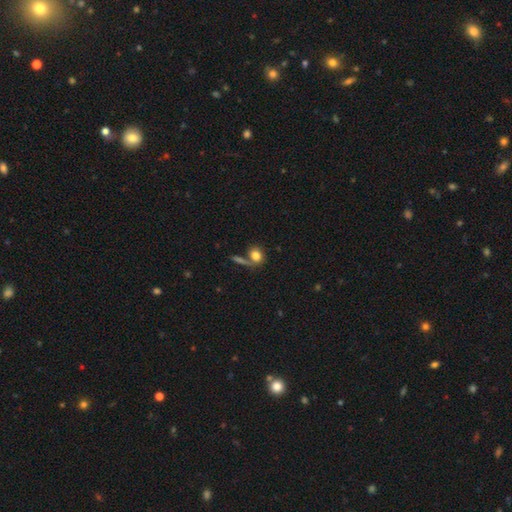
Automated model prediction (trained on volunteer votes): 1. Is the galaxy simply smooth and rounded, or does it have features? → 80% smooth, 10% star or artifact, 10% featured or disk.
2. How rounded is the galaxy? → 55% round, 42% in between, 3% cigar-shaped.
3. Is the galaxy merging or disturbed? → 59% none, 22% merger, 13% minor disturbance, 7% major disturbance.